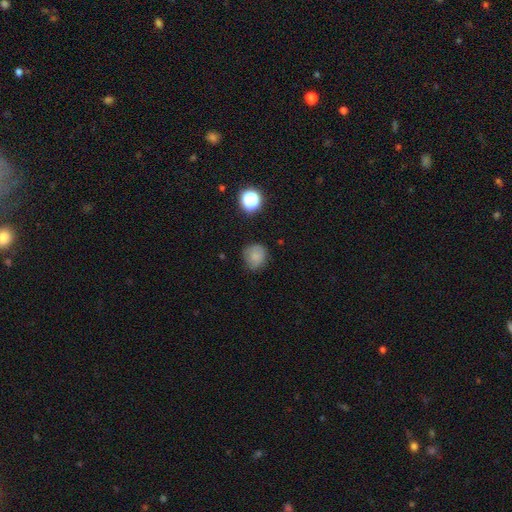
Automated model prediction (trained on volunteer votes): Q: Smooth or featured?
A: smooth (77%); runner-up: star or artifact (13%)
Q: How rounded?
A: round (82%); runner-up: in between (17%)
Q: Merging?
A: none (71%); runner-up: minor disturbance (22%)